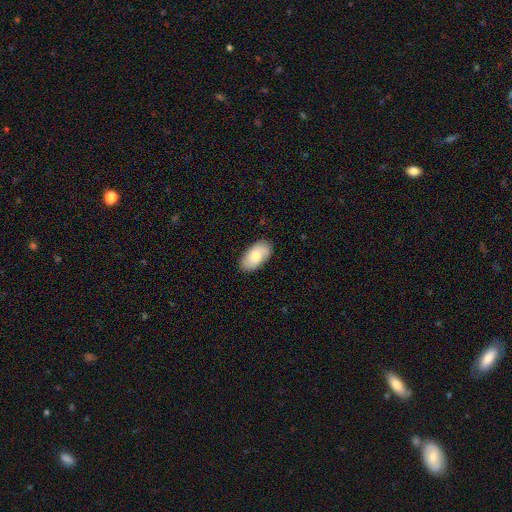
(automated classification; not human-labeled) A smooth galaxy with no disk features (73%) that is in between round and cigar-shaped (94%). Merging: none (84%).